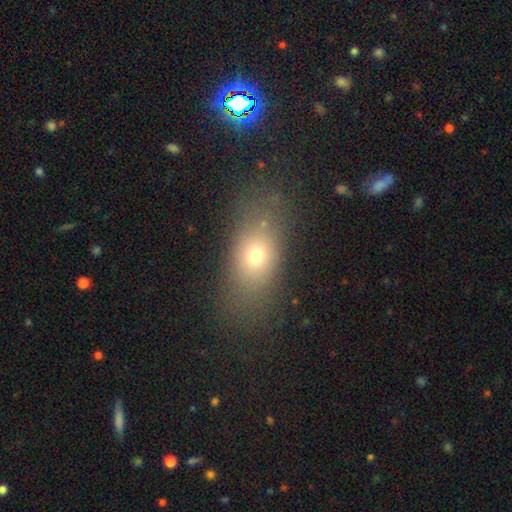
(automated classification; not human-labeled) Smooth or featured? Predicted: smooth (p=0.66). How rounded? Predicted: in between (p=0.71). Merging? Predicted: none (p=0.73).